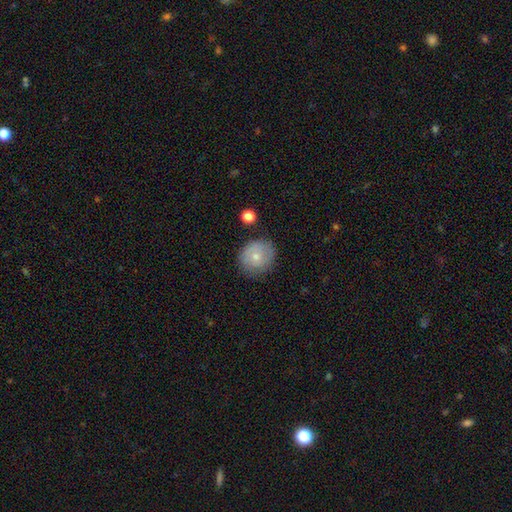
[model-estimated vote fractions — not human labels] Smooth or featured? smooth (70%)
How rounded? round (83%)
Merging? none (76%)